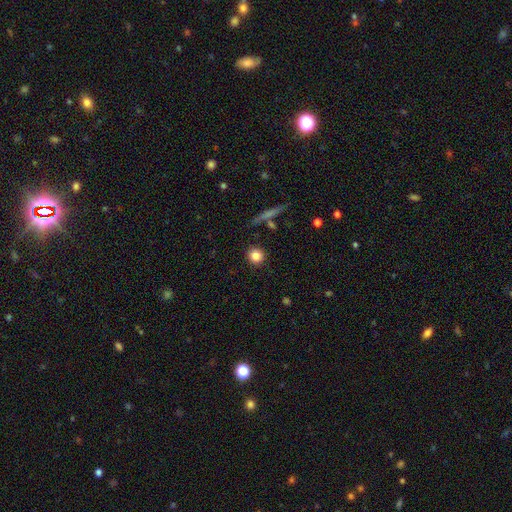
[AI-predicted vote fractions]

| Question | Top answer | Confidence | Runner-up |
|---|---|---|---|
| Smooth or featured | smooth | 82% | star or artifact (10%) |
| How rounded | round | 92% | in between (7%) |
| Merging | none | 88% | minor disturbance (7%) |